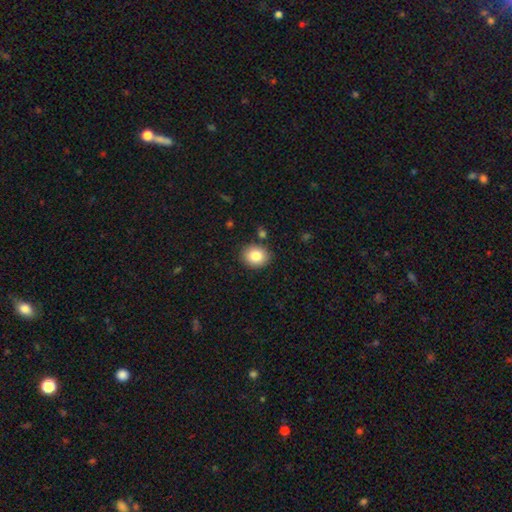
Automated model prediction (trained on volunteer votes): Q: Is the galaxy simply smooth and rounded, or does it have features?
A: smooth — 83%.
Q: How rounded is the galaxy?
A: round — 60%.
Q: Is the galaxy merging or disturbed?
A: none — 86%.